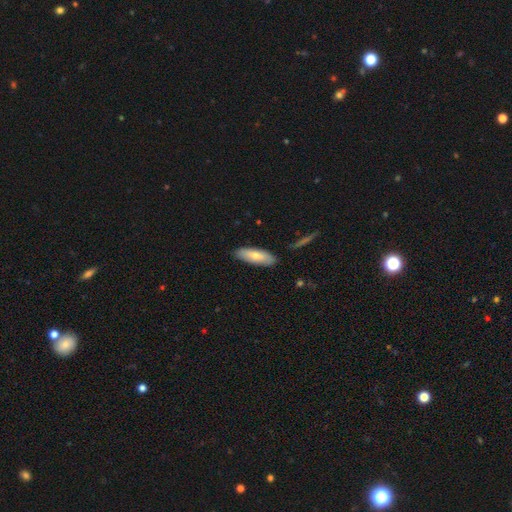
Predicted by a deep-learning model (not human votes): Overall: smooth (71%). How rounded: in between (62%; cigar-shaped 36%). Merging: none (85%).